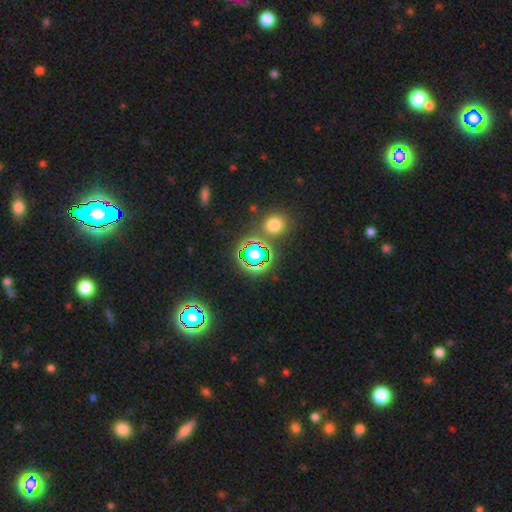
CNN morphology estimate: smooth_or_featured: star or artifact (p=0.64) [alt: smooth p=0.26]